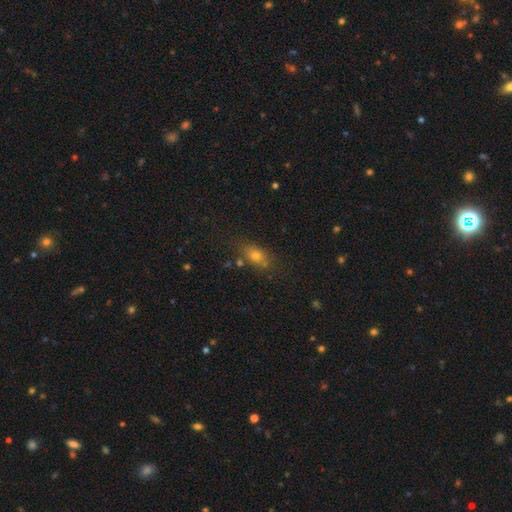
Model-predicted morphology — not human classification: Overall: smooth (65%). How rounded: in between (64%; round 24%). Merging: none (74%).